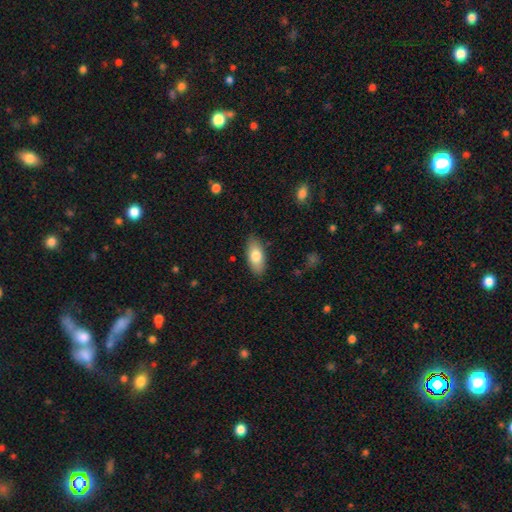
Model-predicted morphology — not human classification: This appears to be a smooth galaxy with no disk features (78%) that is in between round and cigar-shaped (83%). Merging: none (86%).